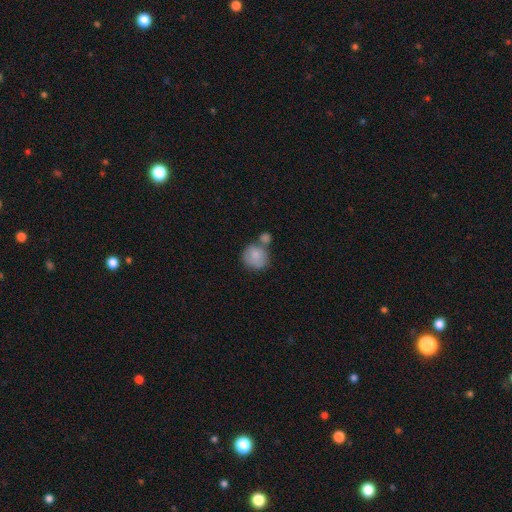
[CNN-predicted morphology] This appears to be a smooth galaxy with no disk features (83%) that is round (83%). Merging: none (40%).